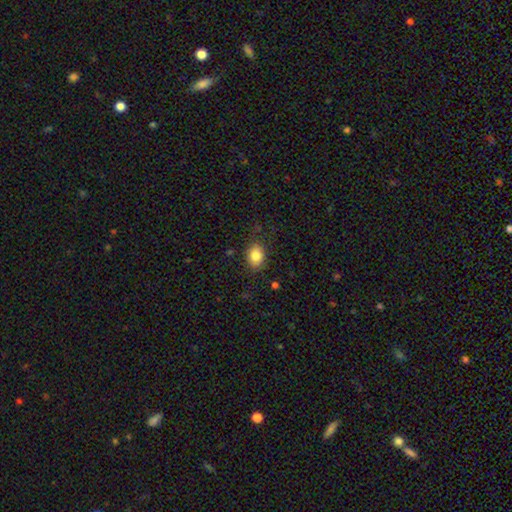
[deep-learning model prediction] This is clearly a smooth galaxy (84%). How rounded: likely in between (64%). Merging: clearly none (82%).